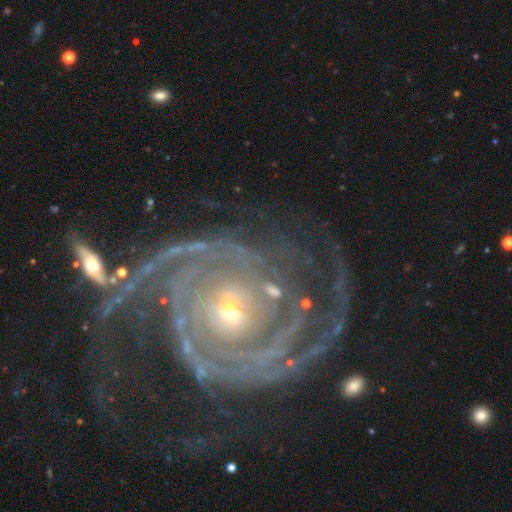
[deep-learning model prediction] Overall: featured or disk (92%). Edge-on disk: no (98%). Bar: no (67%). Spiral arms: yes (98%). Spiral arm count: 2 (43%; 3 17%). Spiral winding: tight (66%; medium 28%). Bulge size: small (68%; moderate 28%). Merging: none (56%; major disturbance 20%).